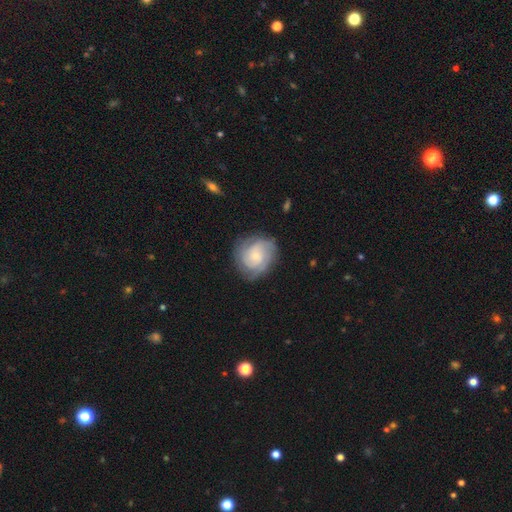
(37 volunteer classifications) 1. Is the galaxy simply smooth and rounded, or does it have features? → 76% featured or disk, 16% smooth, 8% star or artifact.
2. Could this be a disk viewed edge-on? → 93% no, 7% yes.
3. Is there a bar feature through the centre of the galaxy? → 69% no, 27% weak, 4% strong.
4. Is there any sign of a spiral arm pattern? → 92% yes, 8% no.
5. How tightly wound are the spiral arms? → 62% tight, 25% medium, 12% loose.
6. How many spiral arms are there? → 58% 3, 25% can't tell, 12% 2, 4% more than 4, 0% 1, 0% 4.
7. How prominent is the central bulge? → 73% small, 19% moderate, 4% dominant, 4% none, 0% large.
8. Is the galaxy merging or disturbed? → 71% none, 12% major disturbance, 9% minor disturbance, 9% merger.